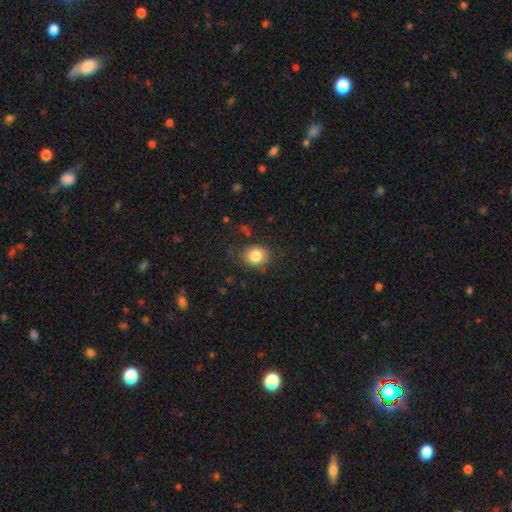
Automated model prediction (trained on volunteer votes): A smooth galaxy with no disk features (83%) that is round (68%). Merging: none (81%).